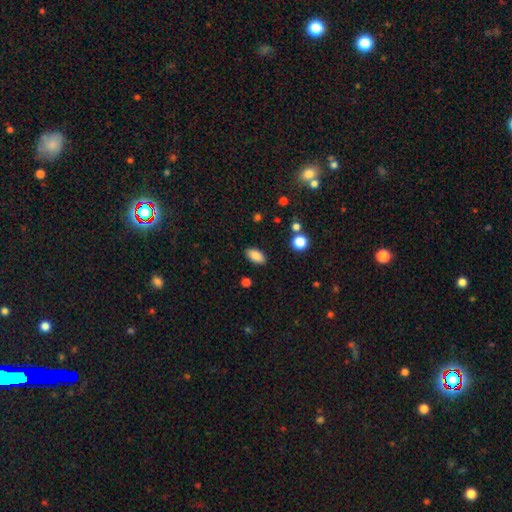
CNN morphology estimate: Overall: smooth (87%). How rounded: in between (92%). Merging: none (88%).